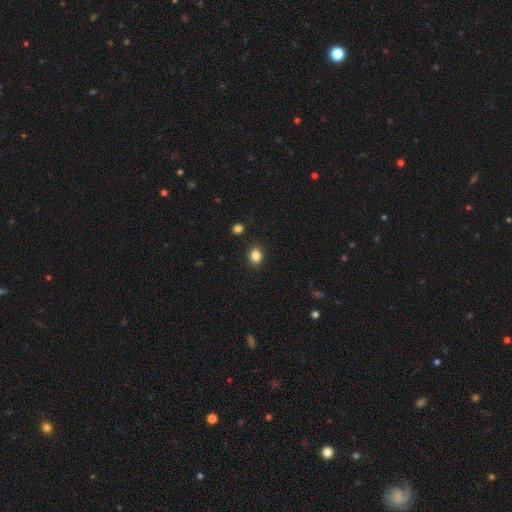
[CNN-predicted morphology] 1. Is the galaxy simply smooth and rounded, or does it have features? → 85% smooth, 11% star or artifact, 5% featured or disk.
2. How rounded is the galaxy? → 53% round, 46% in between, 1% cigar-shaped.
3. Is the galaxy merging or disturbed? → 89% none, 7% minor disturbance, 2% major disturbance, 2% merger.